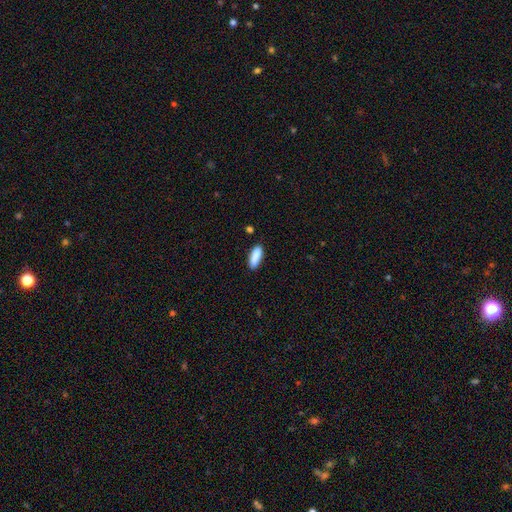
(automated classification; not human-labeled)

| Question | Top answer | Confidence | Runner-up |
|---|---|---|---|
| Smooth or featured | smooth | 88% | star or artifact (7%) |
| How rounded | in between | 55% | cigar-shaped (43%) |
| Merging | none | 81% | minor disturbance (13%) |